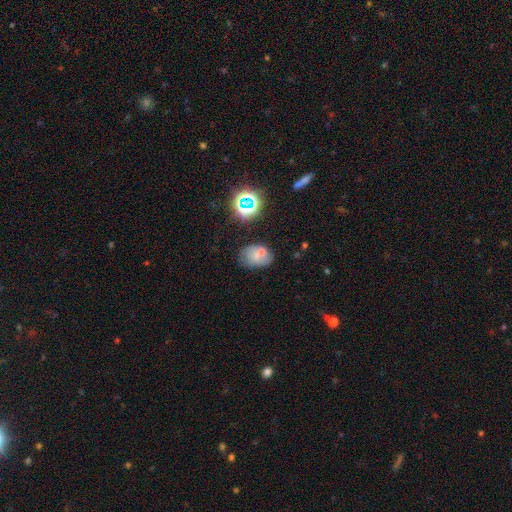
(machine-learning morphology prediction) type=smooth (58%); roundness=in between (66%); merging=none (51%).